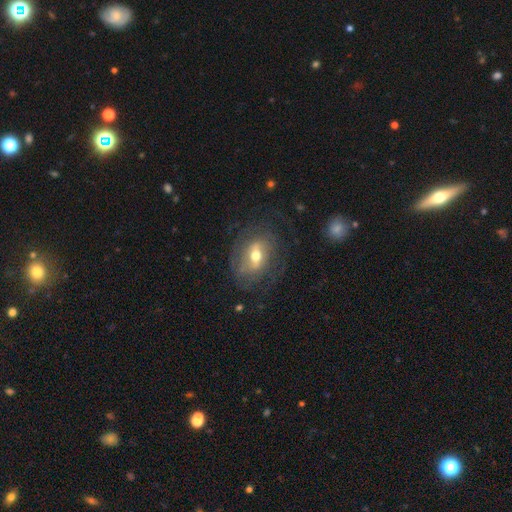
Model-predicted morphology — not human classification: This appears to be a featured or disk galaxy (67%) with a weak bar (43%), spiral arms (68%) and a moderate central bulge (72%). Merging: none (65%).